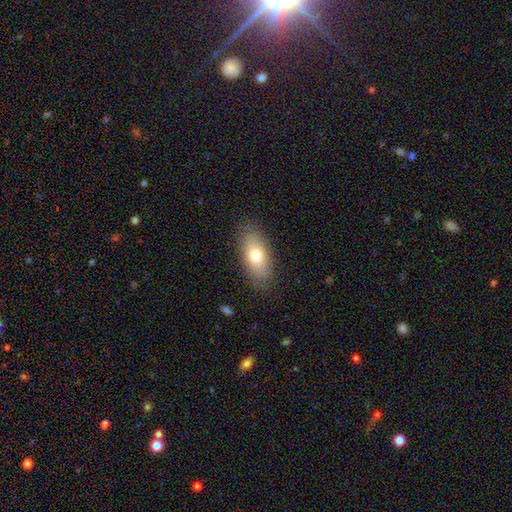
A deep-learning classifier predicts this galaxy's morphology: Overall: smooth (76%). How rounded: in between (85%). Merging: none (85%).